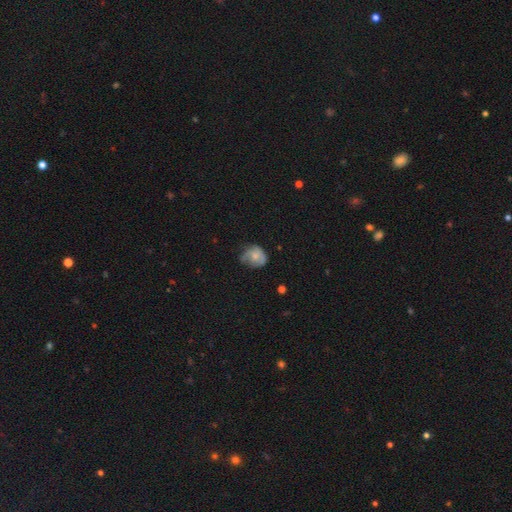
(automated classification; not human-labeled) Morphology: type=smooth (60%); roundness=round (58%); merging=none (40%, tied with minor disturbance).